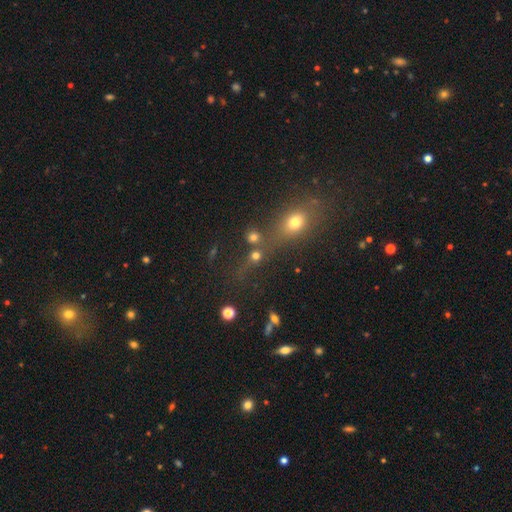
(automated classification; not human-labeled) This is likely a smooth galaxy (67%). How rounded: likely round (78%). Merging: possibly none (48%).